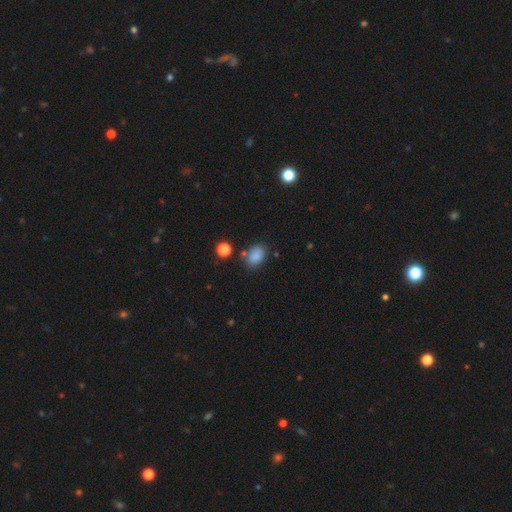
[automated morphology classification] A smooth galaxy with no disk features (84%) that is in between round and cigar-shaped (79%).

Vote fractions:
- Smooth or featured? smooth: 84% / star or artifact: 11% / featured or disk: 5%
- How rounded? in between: 79% / round: 20% / cigar-shaped: 1%
- Merging? none: 74% / minor disturbance: 15% / merger: 7% / major disturbance: 4%